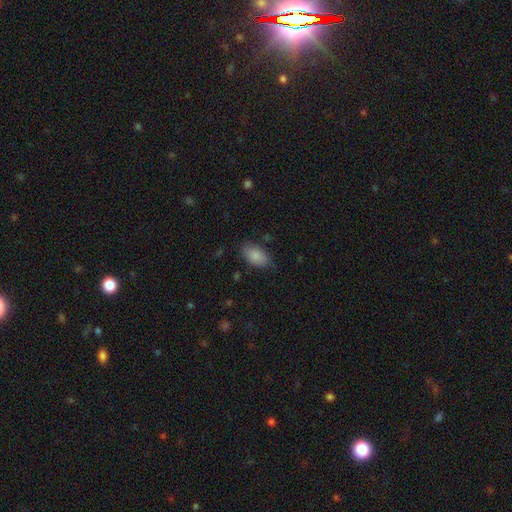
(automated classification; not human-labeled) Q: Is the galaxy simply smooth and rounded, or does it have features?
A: smooth — 87%.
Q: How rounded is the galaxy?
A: in between — 93%.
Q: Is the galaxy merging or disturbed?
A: none — 78%.